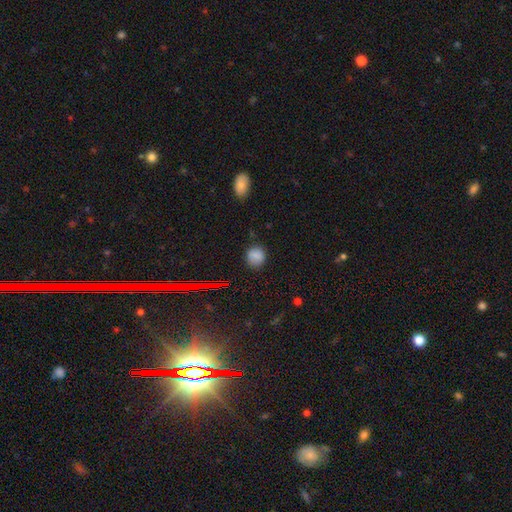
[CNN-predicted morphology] A smooth galaxy with no disk features (82%) that is round (83%). Merging: none (83%).